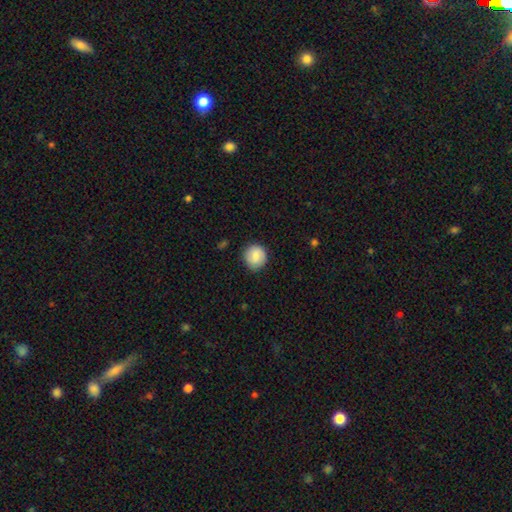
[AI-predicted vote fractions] Smooth or featured? smooth (82%)
How rounded? round (91%)
Merging? none (86%)